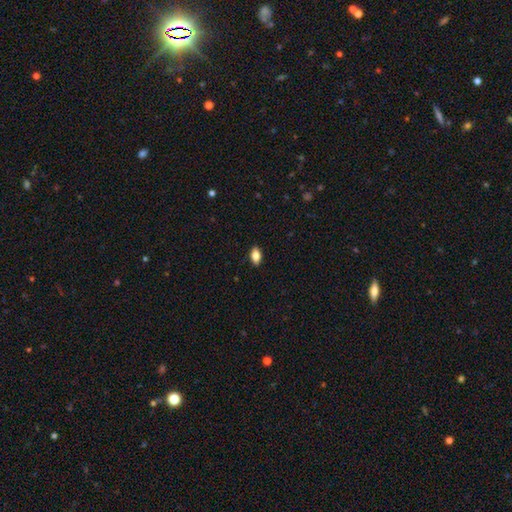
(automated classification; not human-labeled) A smooth galaxy with no disk features (79%) that is in between round and cigar-shaped (88%).

Vote fractions:
- Smooth or featured? smooth: 79% / featured or disk: 13% / star or artifact: 8%
- How rounded? in between: 88% / cigar-shaped: 6% / round: 6%
- Merging? none: 88% / minor disturbance: 9% / major disturbance: 2% / merger: 1%